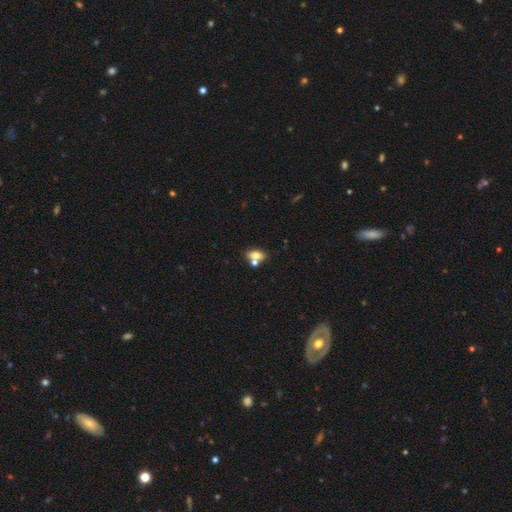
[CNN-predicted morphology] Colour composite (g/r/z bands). It shows a smooth galaxy with no disk features (71%) that is in between round and cigar-shaped (80%). Merging: none (47%).